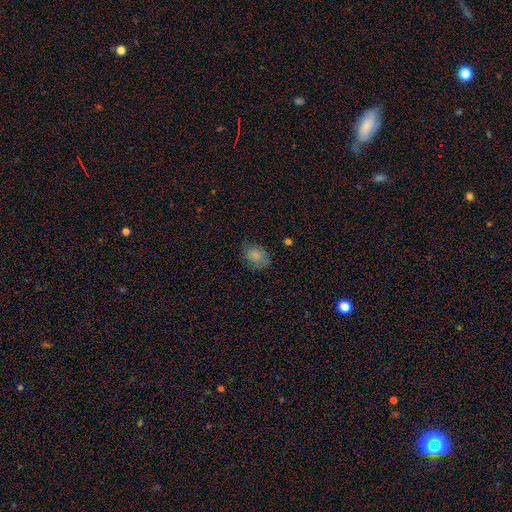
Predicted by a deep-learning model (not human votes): smooth_or_featured: smooth (p=0.82) [alt: star or artifact p=0.10]
how_rounded: in between (p=0.55) [alt: round p=0.43]
merging: none (p=0.74) [alt: minor disturbance p=0.20]